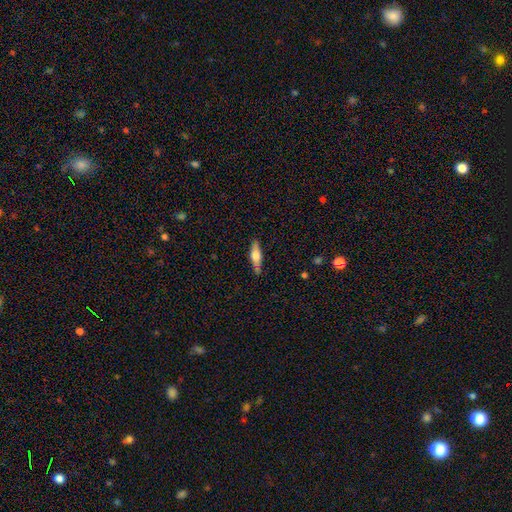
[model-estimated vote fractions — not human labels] smooth 49%, featured or disk 45%, star or artifact 6%. Down the decision tree: merging — none (82%).